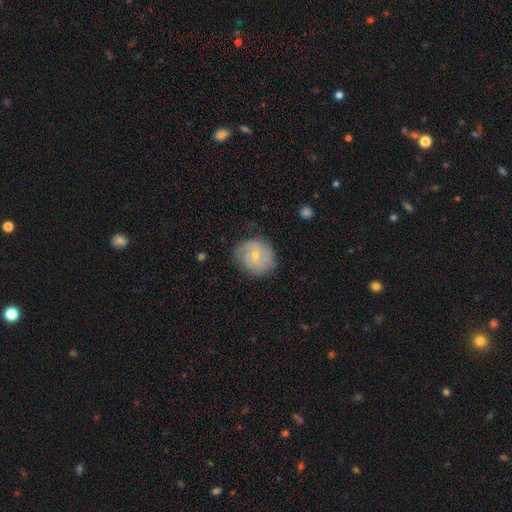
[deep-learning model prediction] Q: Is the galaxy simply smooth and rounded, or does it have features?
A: featured or disk — 50%.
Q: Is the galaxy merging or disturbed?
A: none — 76%.